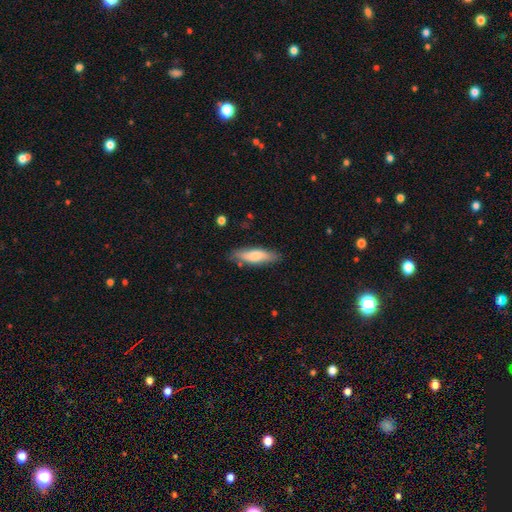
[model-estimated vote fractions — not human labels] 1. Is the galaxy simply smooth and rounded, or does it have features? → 76% smooth, 19% featured or disk, 6% star or artifact.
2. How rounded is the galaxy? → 57% cigar-shaped, 41% in between, 2% round.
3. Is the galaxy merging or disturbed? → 79% none, 16% minor disturbance, 3% major disturbance, 2% merger.